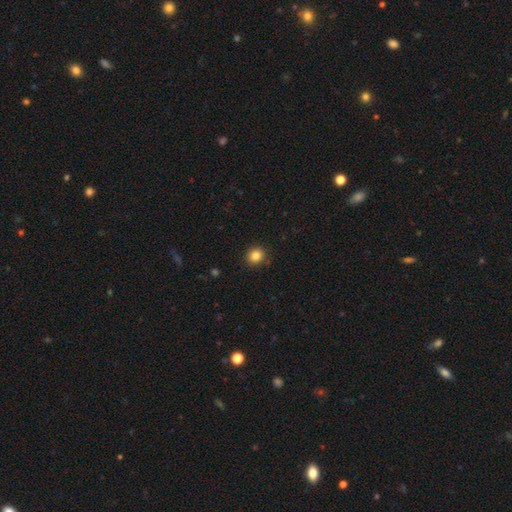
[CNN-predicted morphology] This is clearly a smooth galaxy (84%). How rounded: clearly round (87%). Merging: clearly none (90%).